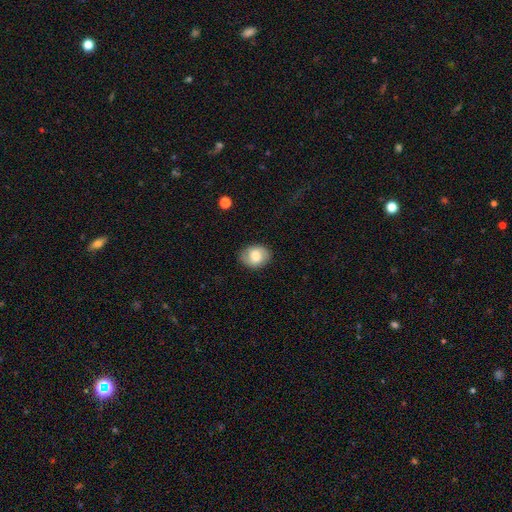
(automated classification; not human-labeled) This is likely a smooth galaxy (72%). How rounded: possibly in between (56%). Merging: clearly none (84%).